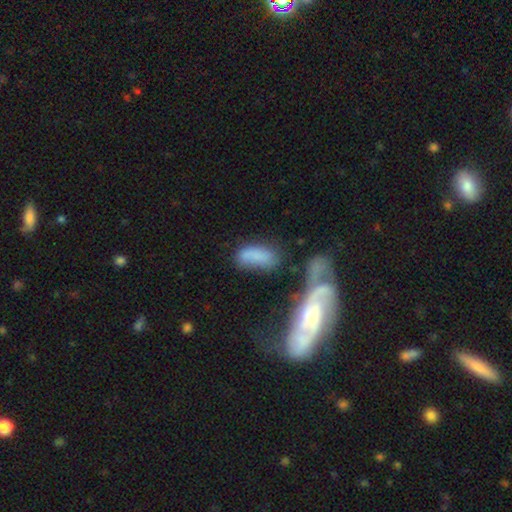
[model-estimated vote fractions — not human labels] Smooth or featured?
  - smooth: 70% *
  - featured or disk: 20%
  - star or artifact: 10%
How rounded?
  - in between: 77% *
  - cigar-shaped: 19%
  - round: 4%
Merging?
  - none: 41% *
  - minor disturbance: 23%
  - merger: 20%
  - major disturbance: 16%